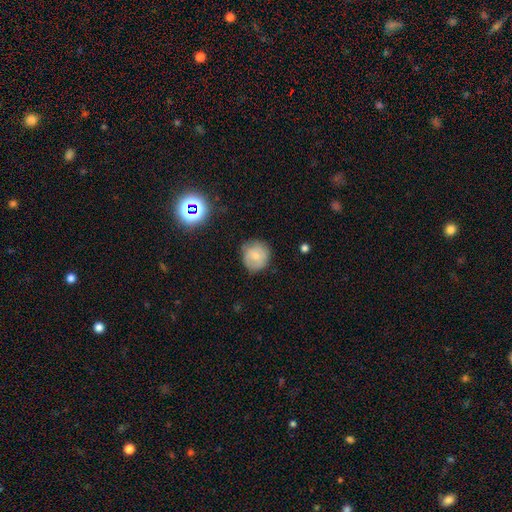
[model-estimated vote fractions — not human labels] Smooth or featured? smooth (68%)
How rounded? round (89%)
Merging? none (73%)